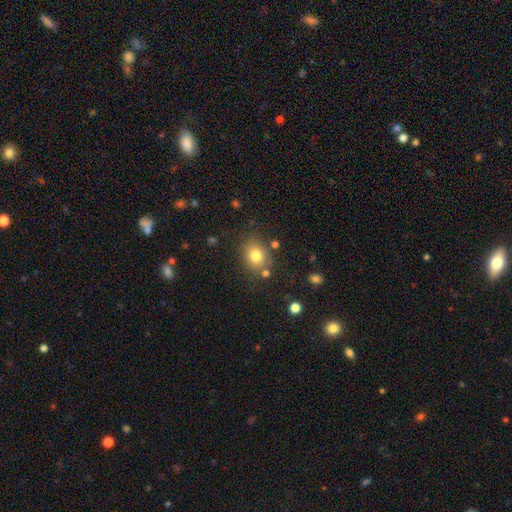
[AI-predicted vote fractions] This appears to be a smooth galaxy with no disk features (79%) that is round (55%). Merging: none (77%).